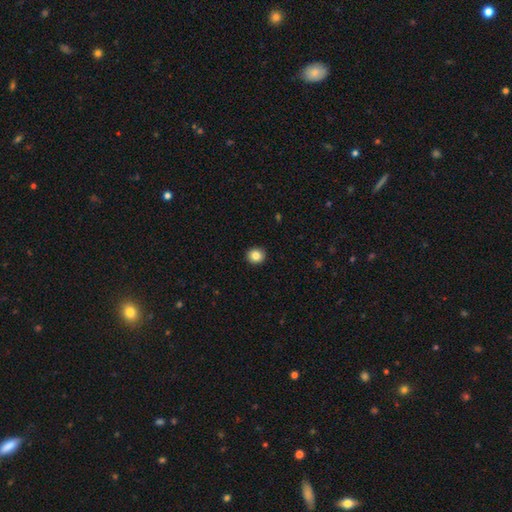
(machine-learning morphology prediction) smooth-or-featured: smooth: 85% | star or artifact: 10% | featured or disk: 5%
  how-rounded: round: 87% | in between: 12% | cigar-shaped: 1%
  merging: none: 93% | minor disturbance: 5% | major disturbance: 1% | merger: 1%